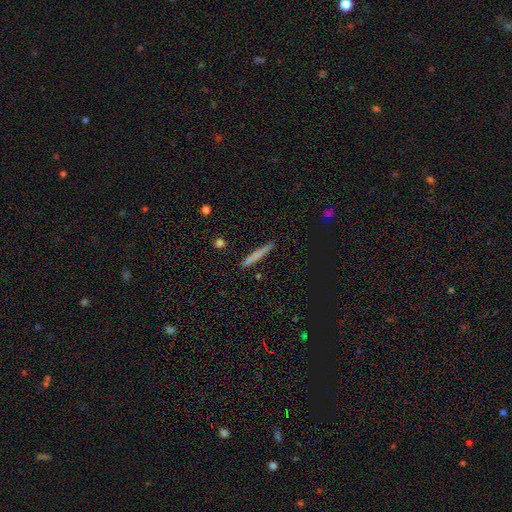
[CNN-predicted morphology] A smooth galaxy with no disk features (71%) that is cigar-shaped (96%). Merging: none (90%).